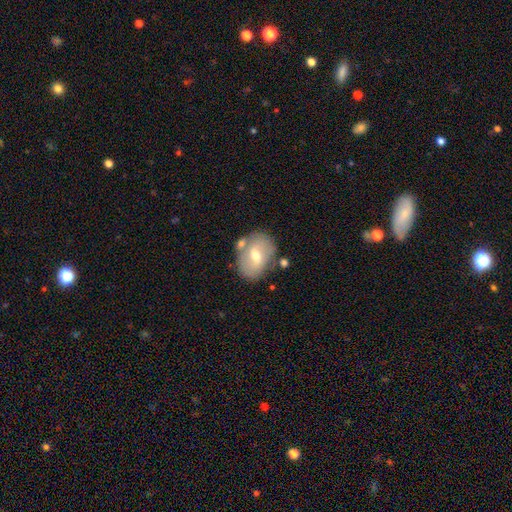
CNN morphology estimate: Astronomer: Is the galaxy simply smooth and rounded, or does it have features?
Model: featured or disk — 47% (runner-up: smooth, 46%).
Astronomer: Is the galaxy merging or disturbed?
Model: none — 69%.